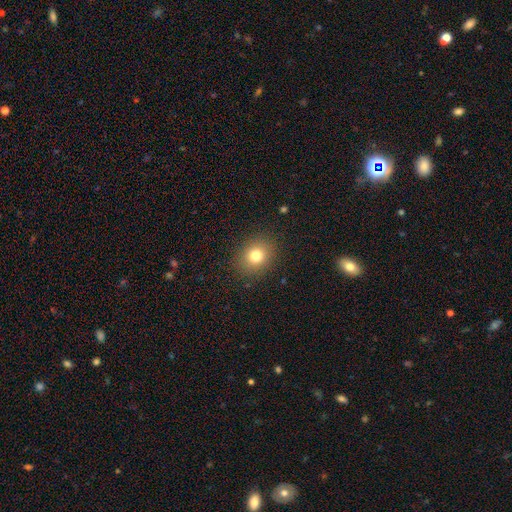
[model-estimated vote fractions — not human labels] Smooth or featured? smooth (79%)
How rounded? round (63%)
Merging? none (88%)